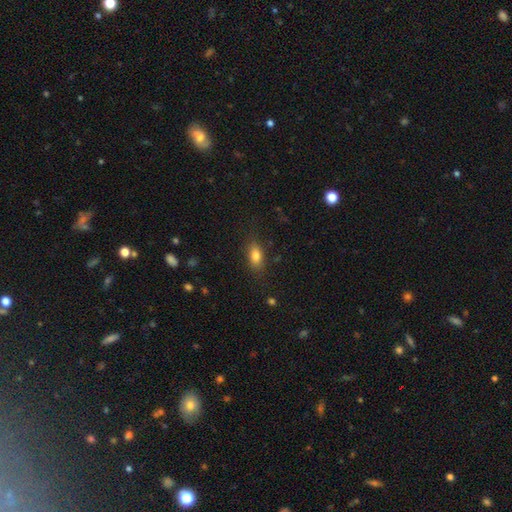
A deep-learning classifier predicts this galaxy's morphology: Smooth or featured?
  - smooth: 80% *
  - featured or disk: 11%
  - star or artifact: 9%
How rounded?
  - in between: 82% *
  - cigar-shaped: 9%
  - round: 9%
Merging?
  - none: 81% *
  - minor disturbance: 14%
  - major disturbance: 4%
  - merger: 1%